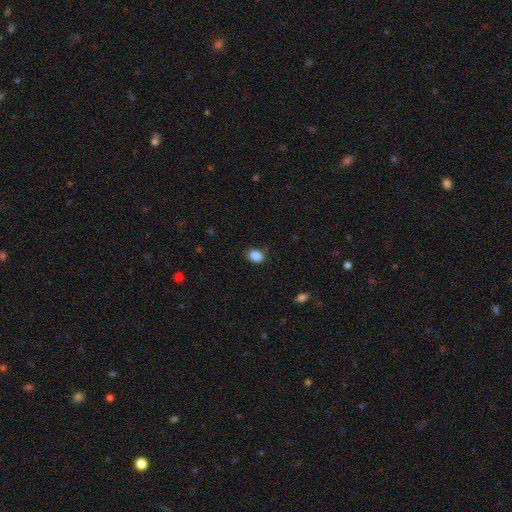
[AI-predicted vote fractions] Smooth or featured?
  - smooth: 86% *
  - star or artifact: 10%
  - featured or disk: 4%
How rounded?
  - round: 56% *
  - in between: 44%
  - cigar-shaped: 1%
Merging?
  - none: 77% *
  - minor disturbance: 17%
  - major disturbance: 4%
  - merger: 2%